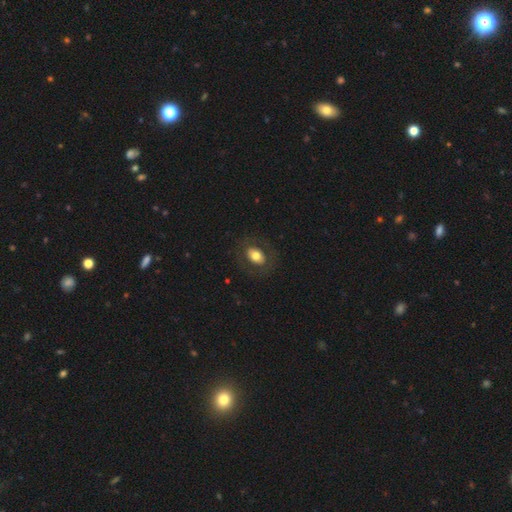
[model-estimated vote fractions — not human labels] A smooth galaxy with no disk features (68%) that is in between round and cigar-shaped (72%). Merging: none (82%).